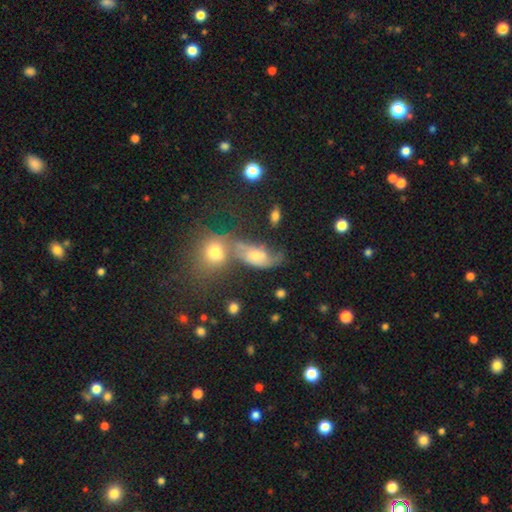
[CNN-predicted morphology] smooth 43% (tied), featured or disk 43% (tied), star or artifact 14%. Down the decision tree: merging — merger (37%).